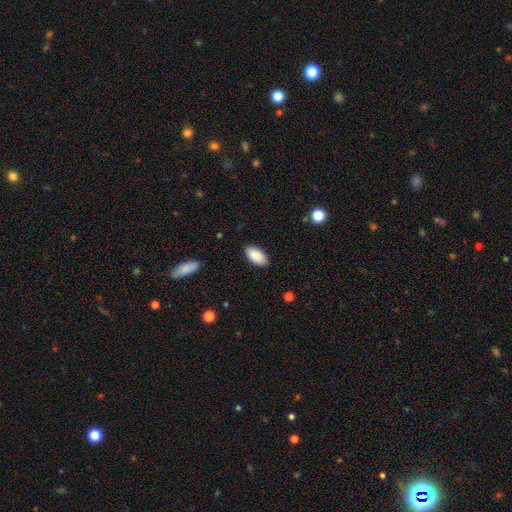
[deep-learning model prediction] The model was most divided on "merging": none: 88%, minor disturbance: 9%, major disturbance: 2%, merger: 1%. More confident: how rounded — in between (95%); smooth or featured — smooth (90%).